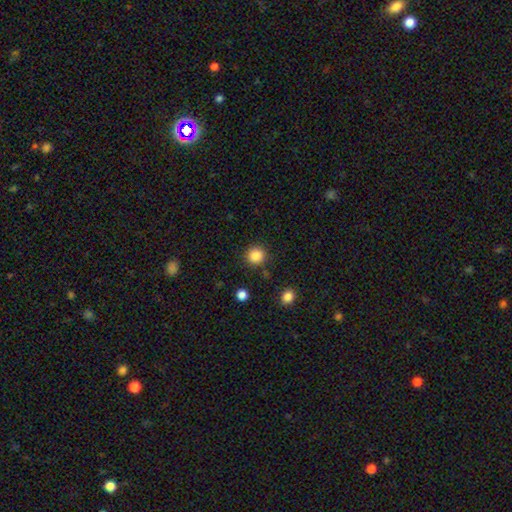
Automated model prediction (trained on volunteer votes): Q: Smooth or featured?
A: smooth (86%); runner-up: star or artifact (10%)
Q: How rounded?
A: round (93%); runner-up: in between (6%)
Q: Merging?
A: none (87%); runner-up: minor disturbance (7%)